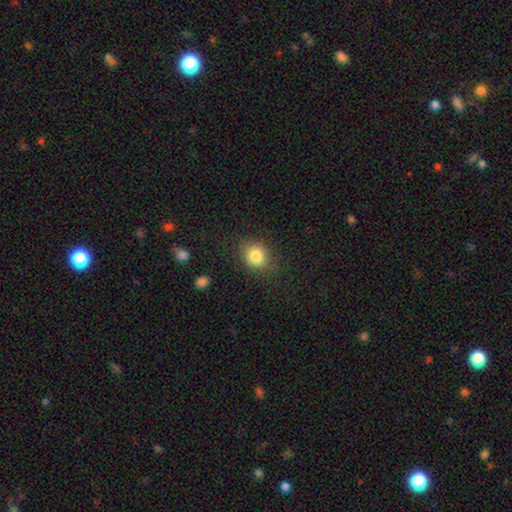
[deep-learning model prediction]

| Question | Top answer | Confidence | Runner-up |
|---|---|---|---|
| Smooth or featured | smooth | 84% | star or artifact (9%) |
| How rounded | round | 59% | in between (40%) |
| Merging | none | 79% | minor disturbance (15%) |